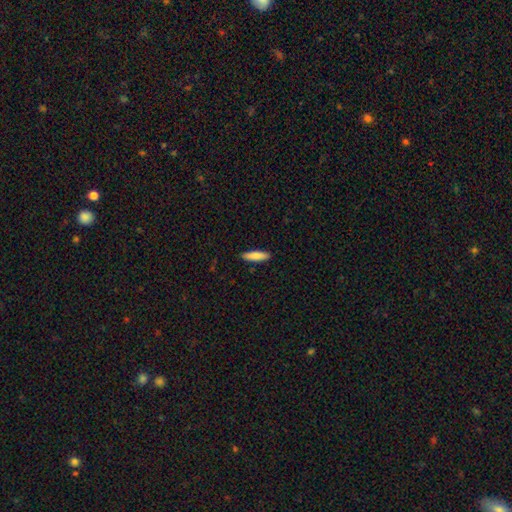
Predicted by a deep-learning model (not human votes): Smooth or featured? Predicted: smooth (p=0.84). How rounded? Predicted: cigar-shaped (p=0.69). Merging? Predicted: none (p=0.90).